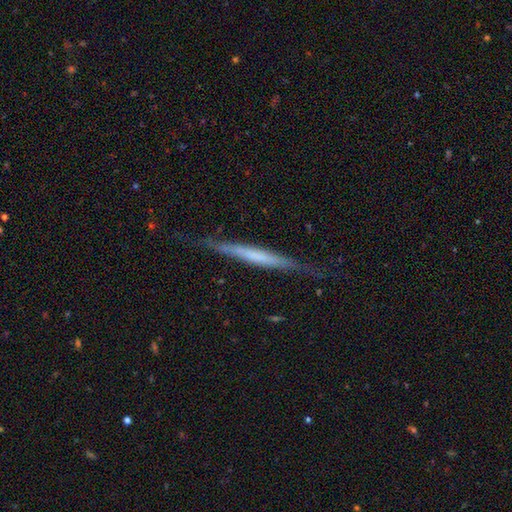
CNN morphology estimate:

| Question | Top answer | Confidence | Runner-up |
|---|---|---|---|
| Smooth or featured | featured or disk | 58% | smooth (37%) |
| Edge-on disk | yes | 94% | no (6%) |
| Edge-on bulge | none | 71% | rounded (15%) |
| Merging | none | 78% | minor disturbance (16%) |